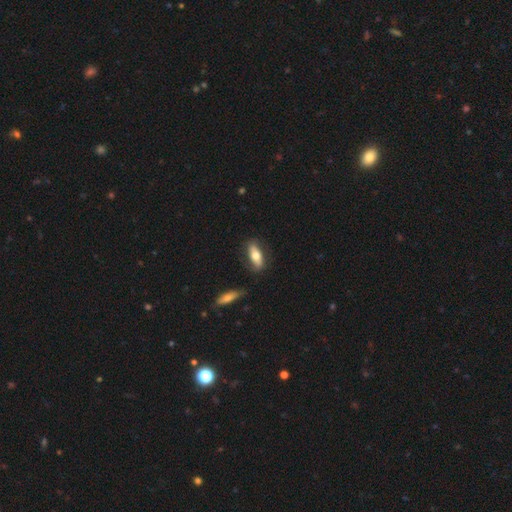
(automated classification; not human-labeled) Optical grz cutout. It shows a smooth galaxy with no disk features (63%) that is in between round and cigar-shaped (70%). Merging: none (77%).